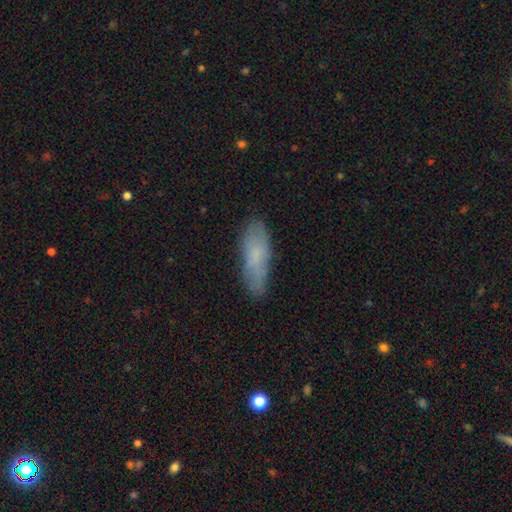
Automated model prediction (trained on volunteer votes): This appears to be a smooth galaxy with no disk features (72%) that is in between round and cigar-shaped (53%). Merging: none (76%).